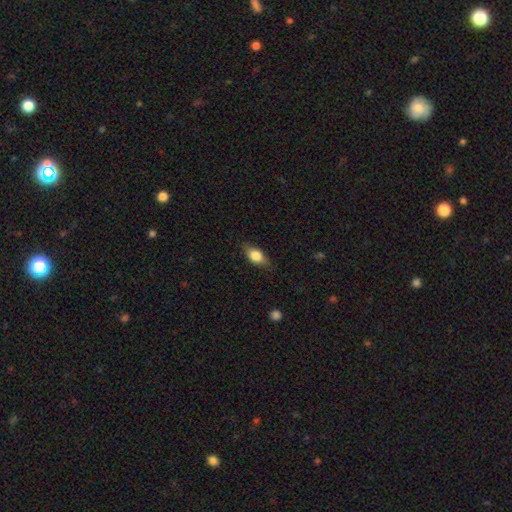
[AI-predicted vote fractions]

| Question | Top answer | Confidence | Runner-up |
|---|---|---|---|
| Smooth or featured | smooth | 73% | featured or disk (19%) |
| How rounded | in between | 79% | round (12%) |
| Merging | none | 79% | minor disturbance (16%) |